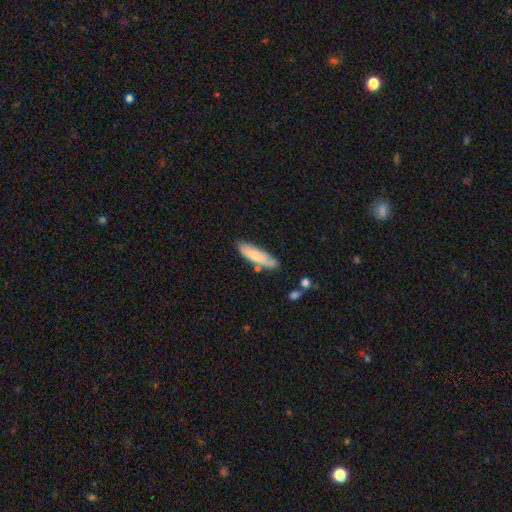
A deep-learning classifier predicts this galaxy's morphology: This is likely a smooth galaxy (74%). How rounded: possibly cigar-shaped (59%). Merging: likely none (72%).